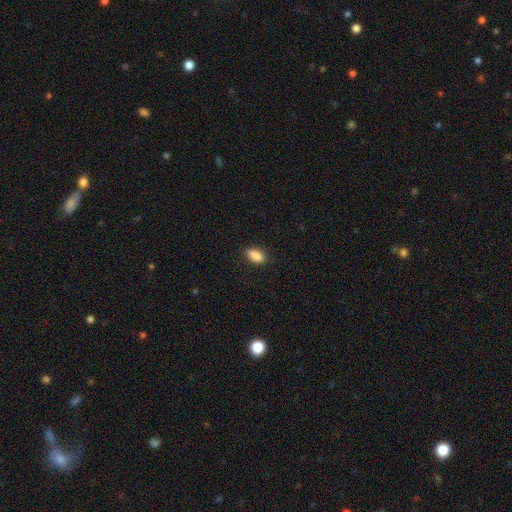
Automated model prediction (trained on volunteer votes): The model was most divided on "merging": none: 86%, minor disturbance: 11%, major disturbance: 3%, merger: 1%. More confident: how rounded — in between (89%); smooth or featured — smooth (89%).